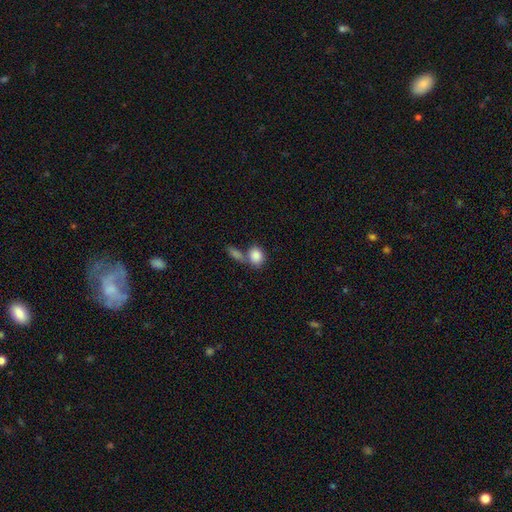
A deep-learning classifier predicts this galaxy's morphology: smooth-or-featured: smooth: 86% | star or artifact: 8% | featured or disk: 7%
  how-rounded: round: 50% | in between: 48% | cigar-shaped: 2%
  merging: none: 44% | merger: 41% | minor disturbance: 10% | major disturbance: 5%